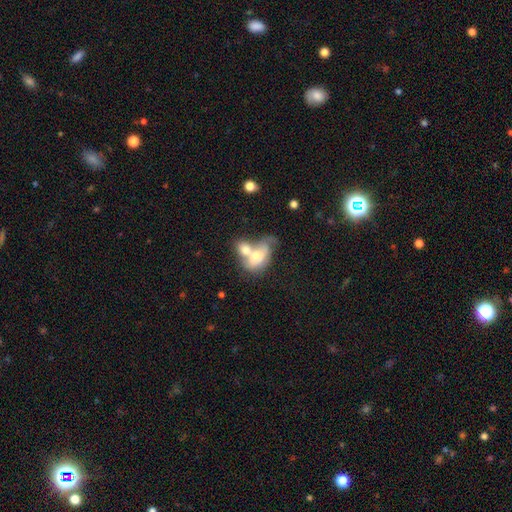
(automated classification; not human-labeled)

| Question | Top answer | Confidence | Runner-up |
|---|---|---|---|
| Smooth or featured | smooth | 58% | featured or disk (35%) |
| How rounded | in between | 82% | round (16%) |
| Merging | merger | 73% | none (11%) |